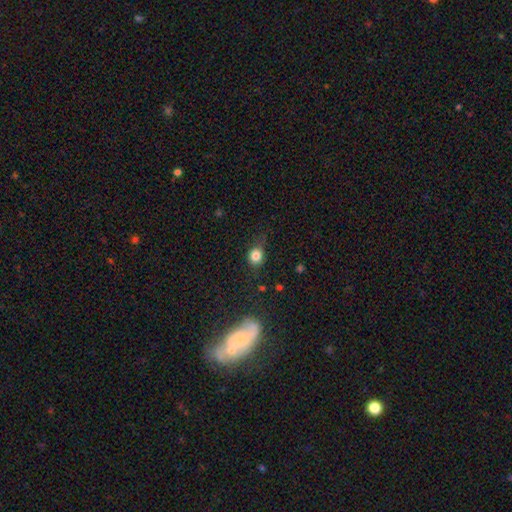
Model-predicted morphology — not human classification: Smooth or featured? smooth (82%)
How rounded? round (75%)
Merging? none (70%)